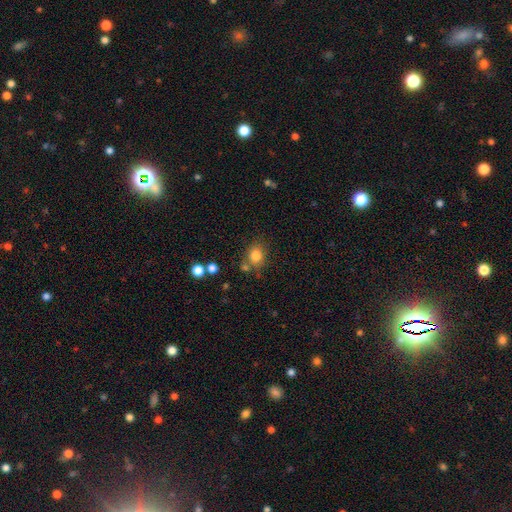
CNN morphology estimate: smooth_or_featured: smooth (p=0.82) [alt: star or artifact p=0.11]
how_rounded: round (p=0.60) [alt: in between p=0.39]
merging: none (p=0.69) [alt: minor disturbance p=0.15]